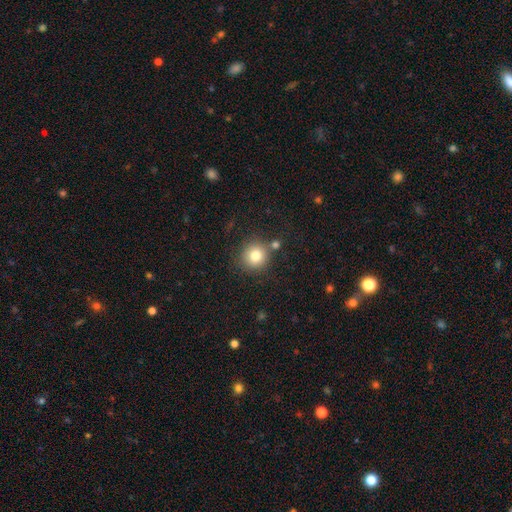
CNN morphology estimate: Q: Smooth or featured?
A: smooth (80%); runner-up: star or artifact (12%)
Q: How rounded?
A: round (91%); runner-up: in between (8%)
Q: Merging?
A: none (77%); runner-up: minor disturbance (10%)